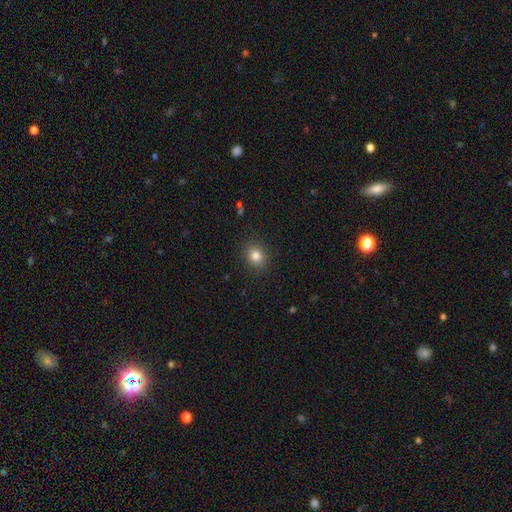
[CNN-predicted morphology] This appears to be a smooth galaxy with no disk features (81%) that is round (68%). Merging: none (88%).